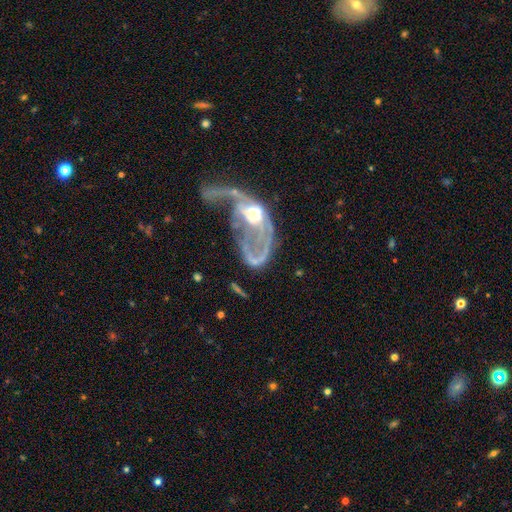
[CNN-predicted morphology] Smooth or featured?
  - featured or disk: 76% *
  - smooth: 15%
  - star or artifact: 9%
Edge-on disk?
  - no: 95% *
  - yes: 5%
Bar?
  - no: 68% *
  - weak: 23%
  - strong: 9%
Spiral arms?
  - yes: 61% *
  - no: 39%
Bulge size?
  - moderate: 51% *
  - small: 30%
  - large: 9%
  - none: 8%
  - dominant: 2%
Merging?
  - major disturbance: 50% *
  - merger: 23%
  - none: 16%
  - minor disturbance: 11%